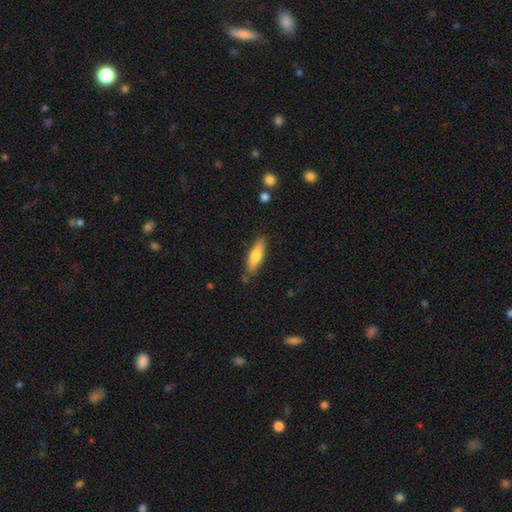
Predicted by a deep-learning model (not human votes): smooth 70%, featured or disk 25%, star or artifact 6%. Down the decision tree: how rounded — cigar-shaped (56%); merging — none (83%).